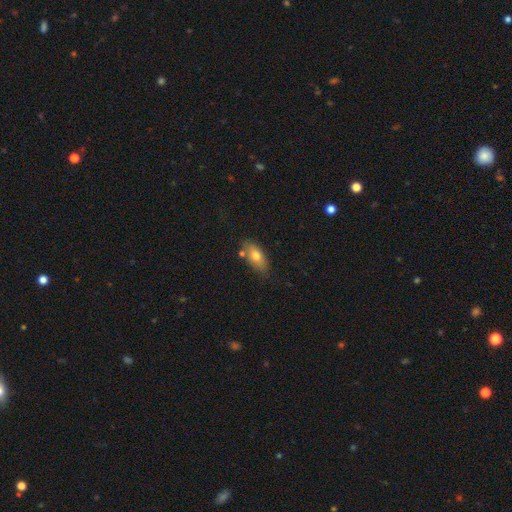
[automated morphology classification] Overall: smooth (74%). How rounded: in between (86%). Merging: none (72%).